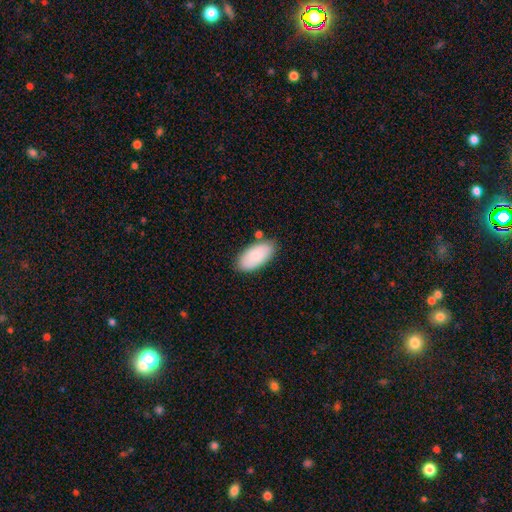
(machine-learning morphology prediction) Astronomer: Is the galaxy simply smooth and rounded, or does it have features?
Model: smooth — 82%.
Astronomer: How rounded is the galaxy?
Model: in between — 95%.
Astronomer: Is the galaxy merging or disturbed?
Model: none — 79%.